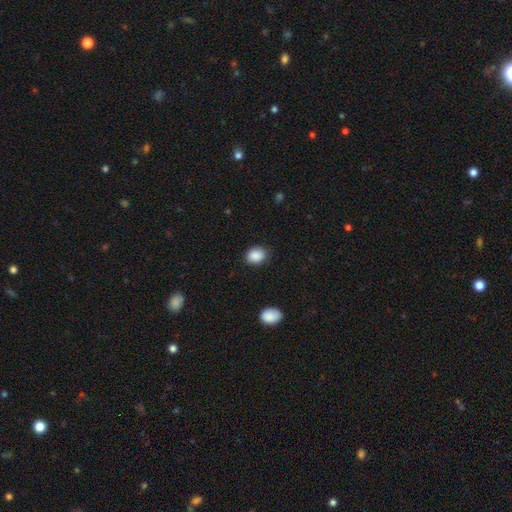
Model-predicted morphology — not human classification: This is clearly a smooth galaxy (88%). How rounded: possibly in between (57%). Merging: likely none (79%).